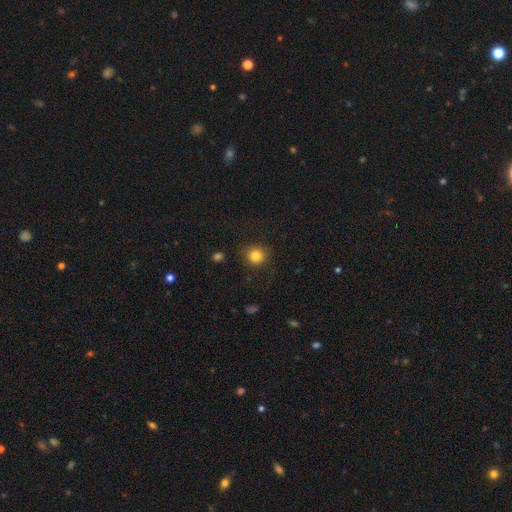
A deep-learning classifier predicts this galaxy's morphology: Smooth or featured? smooth (84%)
How rounded? round (91%)
Merging? none (87%)